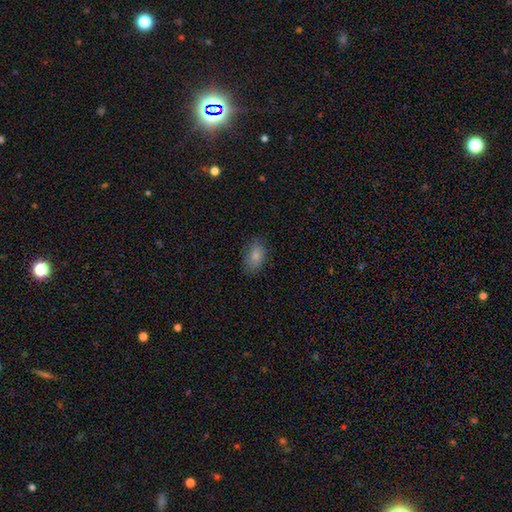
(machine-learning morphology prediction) Smooth or featured: smooth — 81% (featured or disk — 11%)
How rounded: in between — 89% (round — 10%)
Merging: none — 78% (minor disturbance — 17%)